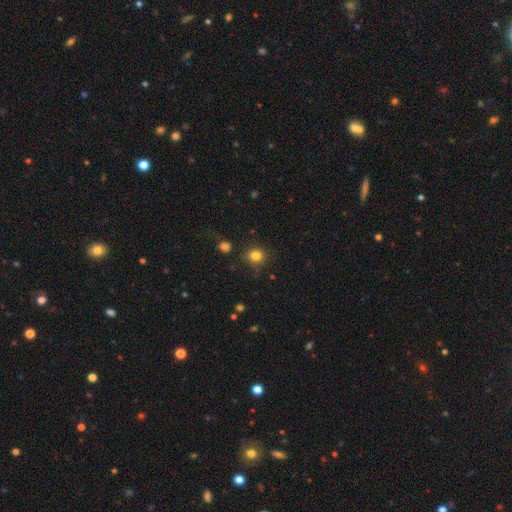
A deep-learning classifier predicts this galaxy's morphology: A smooth galaxy with no disk features (81%) that is round (80%).

Vote fractions:
- Smooth or featured? smooth: 81% / star or artifact: 13% / featured or disk: 6%
- How rounded? round: 80% / in between: 19% / cigar-shaped: 1%
- Merging? none: 77% / minor disturbance: 15% / major disturbance: 5% / merger: 3%